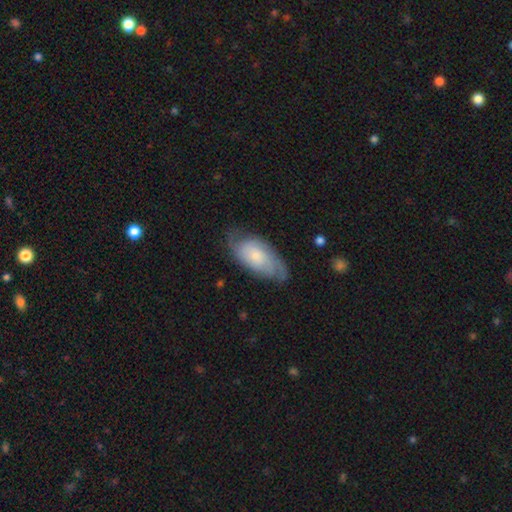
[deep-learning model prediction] smooth-or-featured: featured or disk: 61% | smooth: 33% | star or artifact: 6%
  disk-edge-on: no: 92% | yes: 8%
    bar: no: 75% | weak: 22% | strong: 3%
    has-spiral-arms: yes: 89% | no: 11%
    bulge-size: small: 53% | moderate: 34% | large: 6% | none: 5% | dominant: 2%
  merging: none: 66% | minor disturbance: 24% | major disturbance: 9% | merger: 1%